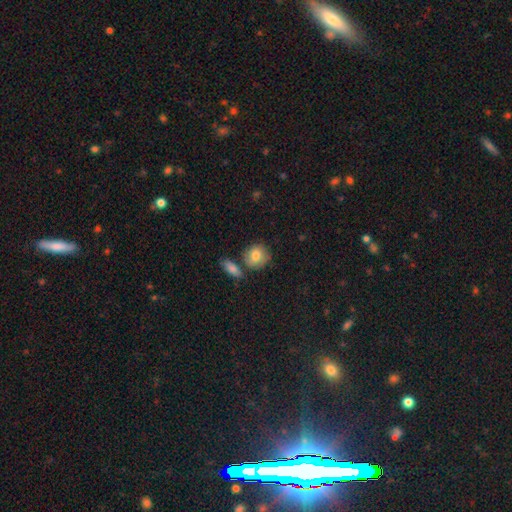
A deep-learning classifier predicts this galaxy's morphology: Smooth or featured: smooth — 81% (featured or disk — 12%)
How rounded: round — 74% (in between — 24%)
Merging: none — 65% (merger — 17%)